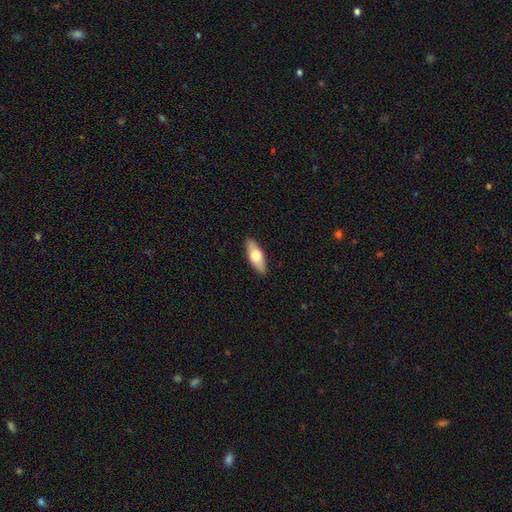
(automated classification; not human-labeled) Smooth or featured?
  - smooth: 66% *
  - featured or disk: 29%
  - star or artifact: 5%
How rounded?
  - in between: 68% *
  - cigar-shaped: 30%
  - round: 3%
Merging?
  - none: 90% *
  - minor disturbance: 8%
  - major disturbance: 2%
  - merger: 1%